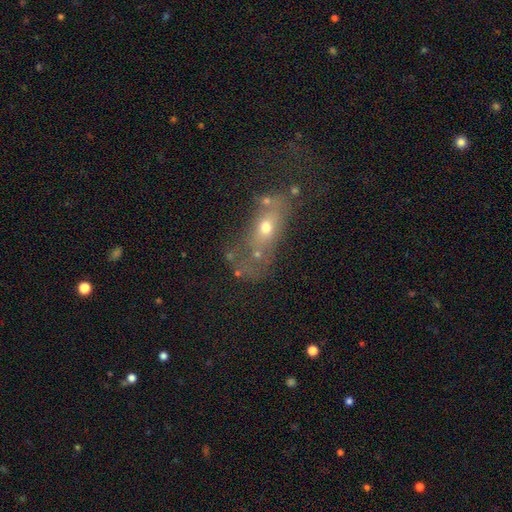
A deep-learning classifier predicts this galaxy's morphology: Smooth or featured?
  - smooth: 50% *
  - featured or disk: 30%
  - star or artifact: 20%
How rounded?
  - in between: 60% *
  - round: 22%
  - cigar-shaped: 18%
Merging?
  - none: 33% *
  - major disturbance: 27%
  - merger: 22%
  - minor disturbance: 17%